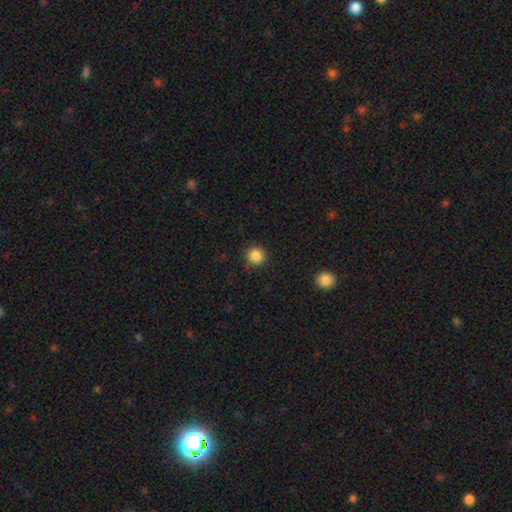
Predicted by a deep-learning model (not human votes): smooth 86%, star or artifact 10%, featured or disk 3%. Down the decision tree: how rounded — round (93%); merging — none (88%).